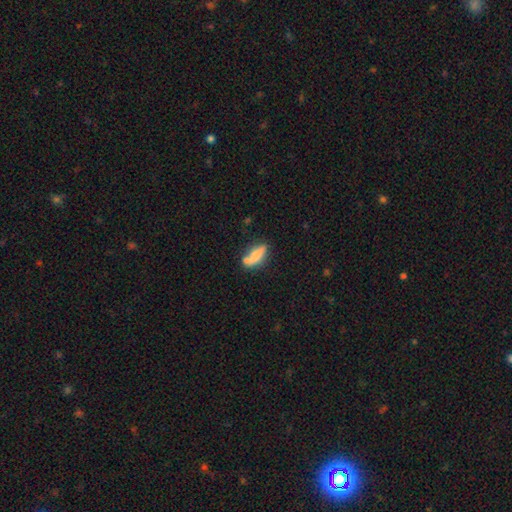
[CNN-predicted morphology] The model was most divided on "how rounded": in between: 55%, cigar-shaped: 42%, round: 3%. More confident: smooth or featured — smooth (69%); merging — none (57%).